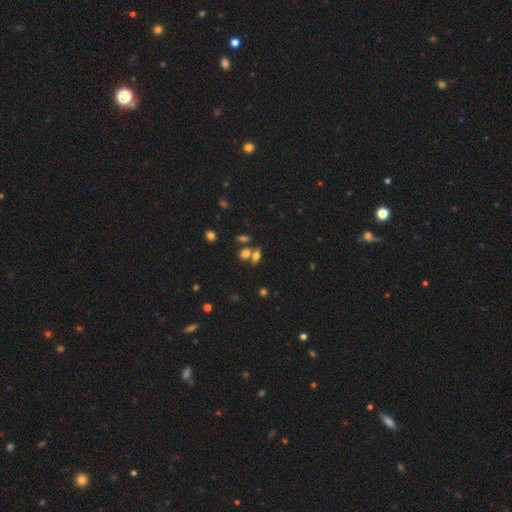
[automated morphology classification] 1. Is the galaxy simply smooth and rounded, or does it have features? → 67% smooth, 18% featured or disk, 16% star or artifact.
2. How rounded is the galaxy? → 76% in between, 14% round, 9% cigar-shaped.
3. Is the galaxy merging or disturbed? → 50% none, 35% merger, 10% minor disturbance, 5% major disturbance.